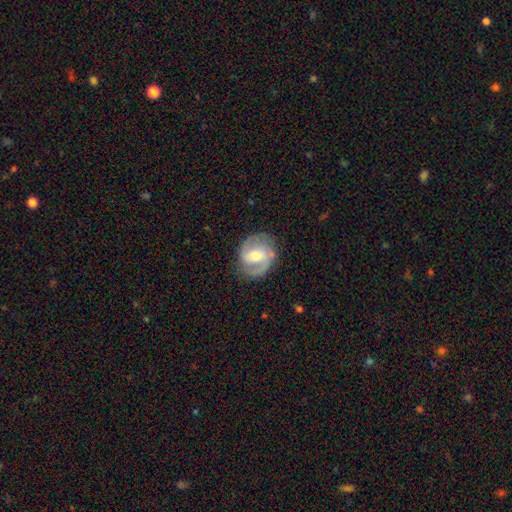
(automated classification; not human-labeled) A featured or disk galaxy (80%) with a weak bar (50%), 2 (84%) medium (51%) spiral arms (93%) and a moderate central bulge (65%).

Vote fractions:
- Smooth or featured? featured or disk: 80% / smooth: 15% / star or artifact: 5%
- Edge-on disk? no: 97% / yes: 3%
- Bar? weak: 50% / no: 28% / strong: 22%
- Spiral arms? yes: 93% / no: 7%
- Spiral winding? medium: 51% / tight: 30% / loose: 19%
- Spiral arm count? 2: 84% / can't tell: 6% / 1: 5% / 3: 2% / 4: 1% / more than 4: 1%
- Bulge size? moderate: 65% / small: 27% / large: 6% / none: 1% / dominant: 1%
- Merging? none: 79% / minor disturbance: 14% / major disturbance: 6% / merger: 1%